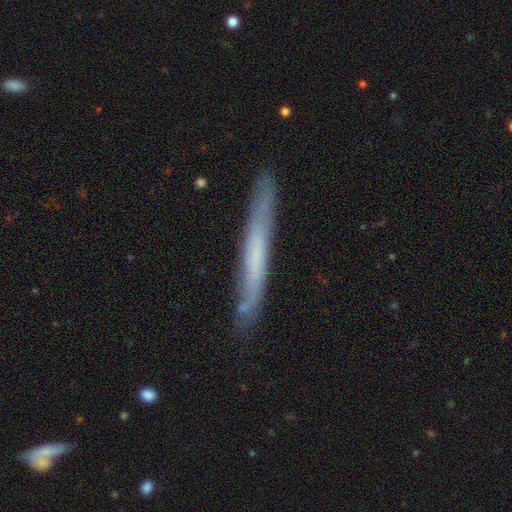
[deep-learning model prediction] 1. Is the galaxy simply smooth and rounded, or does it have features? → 49% featured or disk, 45% smooth, 7% star or artifact.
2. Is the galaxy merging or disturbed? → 83% none, 14% minor disturbance, 2% major disturbance, 2% merger.